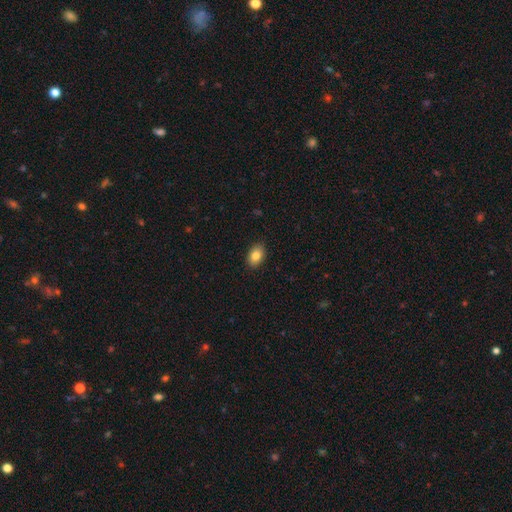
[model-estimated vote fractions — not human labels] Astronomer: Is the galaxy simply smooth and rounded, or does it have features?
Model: smooth — 83%.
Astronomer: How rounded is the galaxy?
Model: in between — 86%.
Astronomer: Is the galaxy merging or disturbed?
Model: none — 89%.